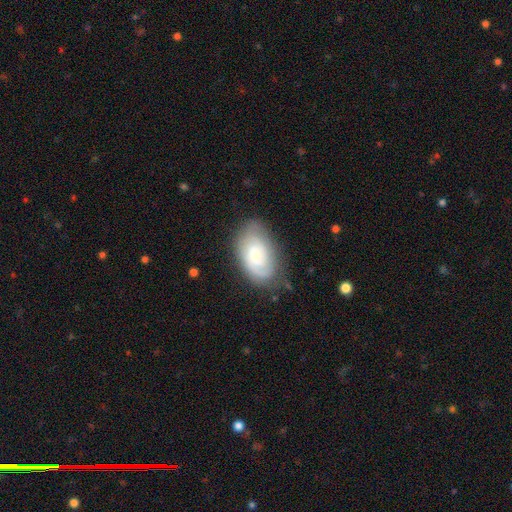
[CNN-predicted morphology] Overall: featured or disk (62%; smooth 31%). Edge-on disk: no (96%). Bar: no (64%; weak 31%). Spiral arms: yes (89%). Spiral arm count: 2 (38%; can't tell 31%). Spiral winding: tight (58%; medium 31%). Bulge size: small (47%; moderate 32%). Merging: none (72%).